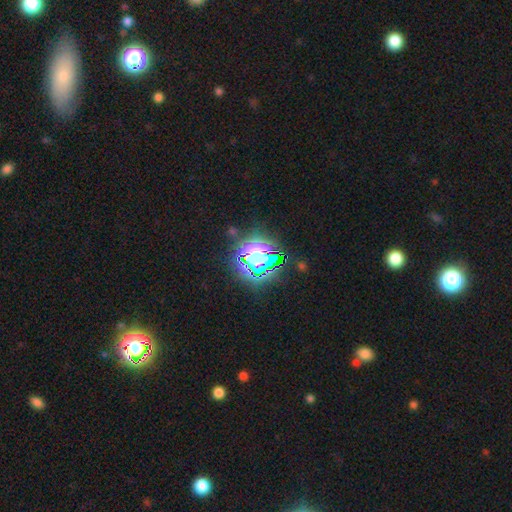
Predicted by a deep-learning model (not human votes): Morphology: type=star or artifact (64%).